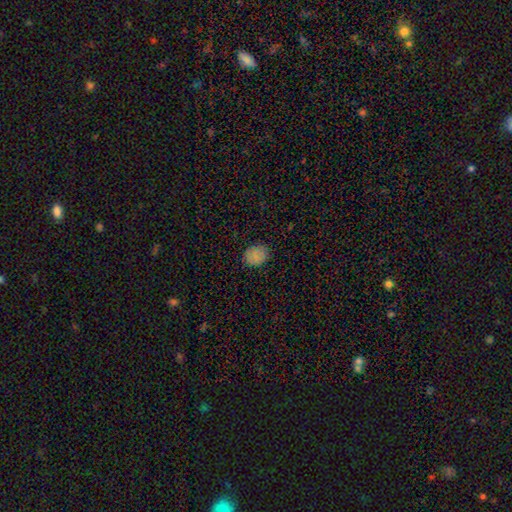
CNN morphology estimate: Smooth or featured?
  - smooth: 82% *
  - star or artifact: 12%
  - featured or disk: 6%
How rounded?
  - round: 56% *
  - in between: 43%
  - cigar-shaped: 1%
Merging?
  - none: 86% *
  - minor disturbance: 11%
  - major disturbance: 2%
  - merger: 1%